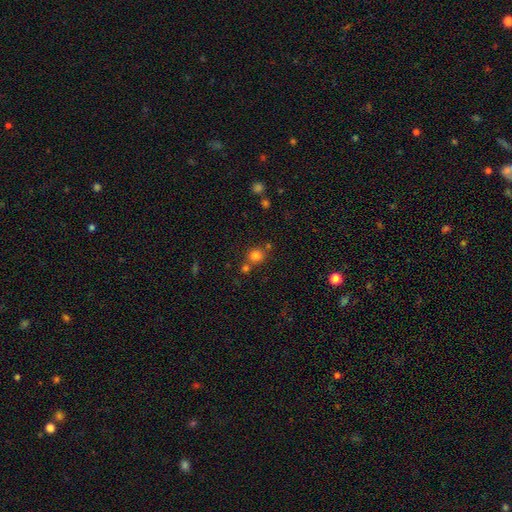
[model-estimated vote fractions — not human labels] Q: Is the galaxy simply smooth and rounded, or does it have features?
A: smooth — 78%.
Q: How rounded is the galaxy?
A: round — 86%.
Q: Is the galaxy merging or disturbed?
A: none — 66%.